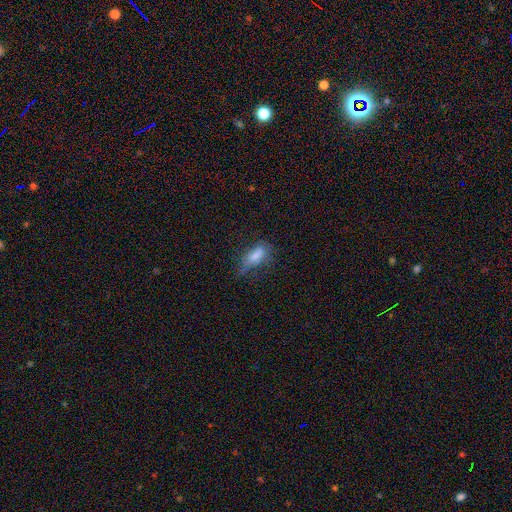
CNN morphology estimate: smooth-or-featured: smooth: 68% | featured or disk: 19% | star or artifact: 13%
  how-rounded: in between: 72% | cigar-shaped: 23% | round: 4%
  merging: none: 45% | minor disturbance: 31% | major disturbance: 21% | merger: 3%